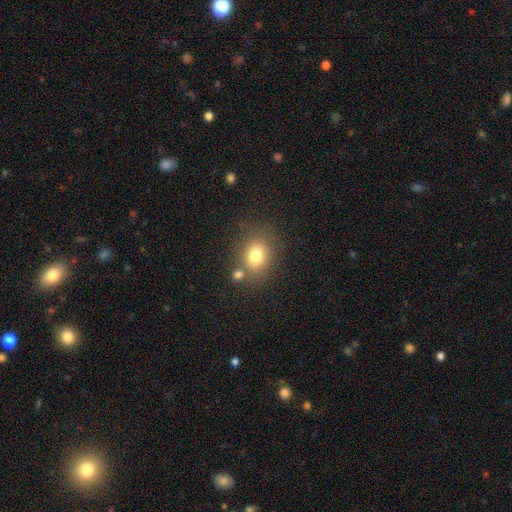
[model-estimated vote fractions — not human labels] Q: Smooth or featured?
A: smooth (77%); runner-up: star or artifact (12%)
Q: How rounded?
A: round (51%); runner-up: in between (48%)
Q: Merging?
A: none (67%); runner-up: merger (15%)